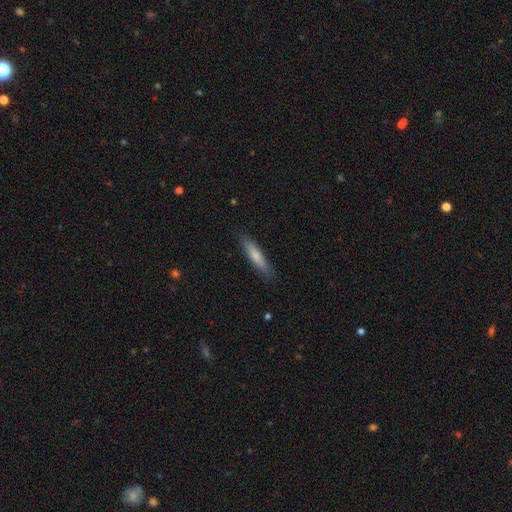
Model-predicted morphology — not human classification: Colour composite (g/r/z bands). It shows a smooth galaxy with no disk features (77%) that is cigar-shaped (84%). Merging: none (85%).